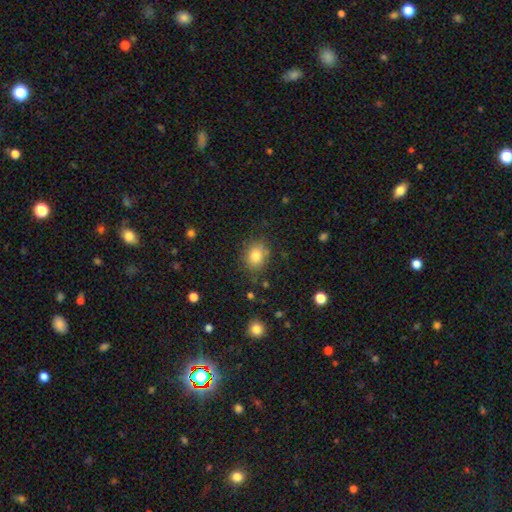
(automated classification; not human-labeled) This is clearly a smooth galaxy (82%). How rounded: possibly round (51%). Merging: likely none (77%).